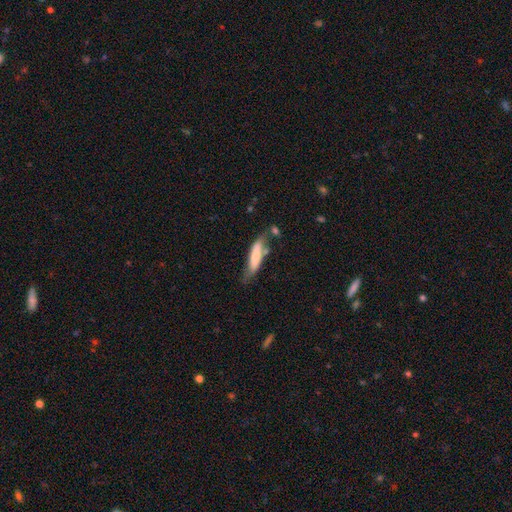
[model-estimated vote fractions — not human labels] Smooth or featured: smooth — 61% (featured or disk — 33%)
How rounded: cigar-shaped — 67% (in between — 31%)
Merging: none — 44% (minor disturbance — 28%)